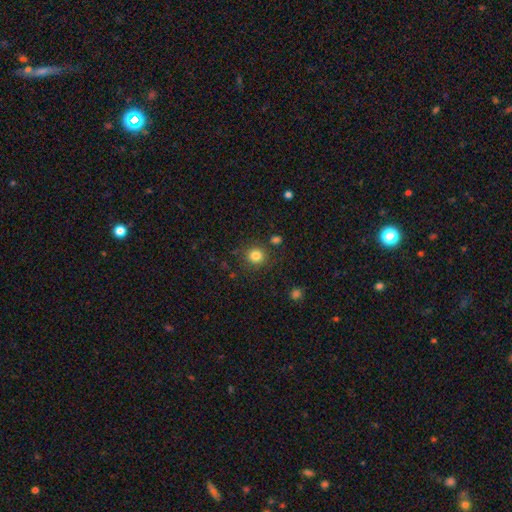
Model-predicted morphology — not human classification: This appears to be a smooth galaxy with no disk features (83%) that is round (90%). Merging: none (84%).